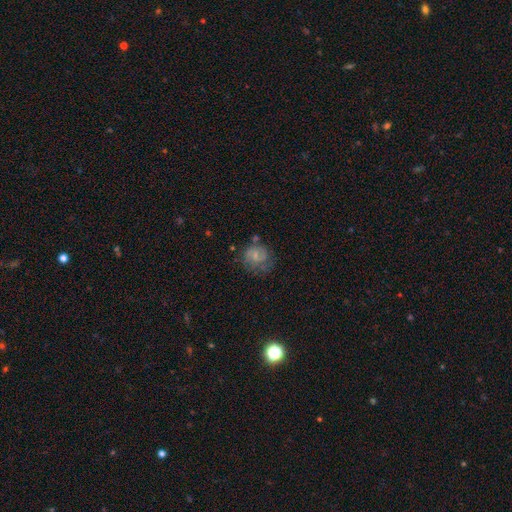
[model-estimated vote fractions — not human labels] Smooth or featured? Predicted: featured or disk (p=0.49). Merging? Predicted: none (p=0.57).